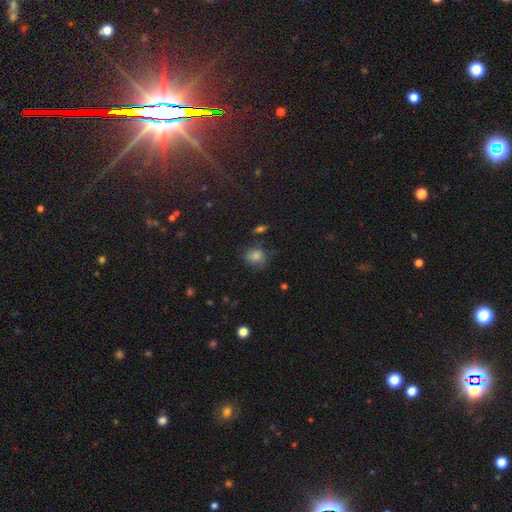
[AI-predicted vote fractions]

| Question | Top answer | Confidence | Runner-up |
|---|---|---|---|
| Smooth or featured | smooth | 68% | star or artifact (20%) |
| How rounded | round | 60% | in between (39%) |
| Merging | none | 64% | minor disturbance (23%) |